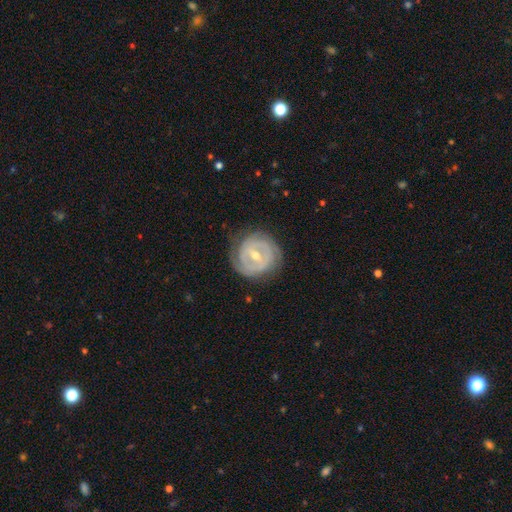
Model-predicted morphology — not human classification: This appears to be a featured or disk galaxy (80%) with a weak bar (50%), 2 (49%) tight (72%) spiral arms (80%) and a moderate central bulge (63%). Merging: none (76%).